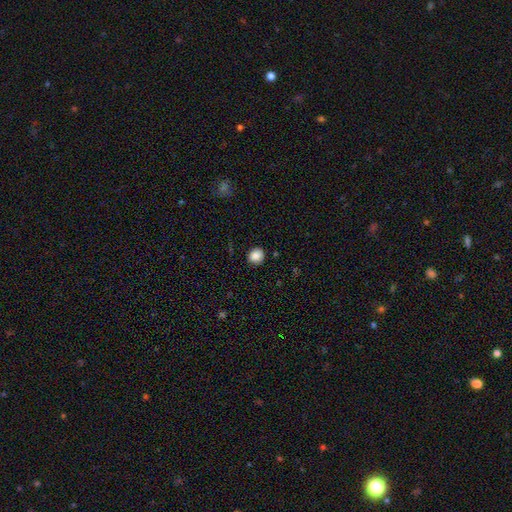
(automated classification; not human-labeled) Q: Smooth or featured?
A: smooth (87%); runner-up: star or artifact (9%)
Q: How rounded?
A: round (84%); runner-up: in between (15%)
Q: Merging?
A: none (88%); runner-up: minor disturbance (8%)